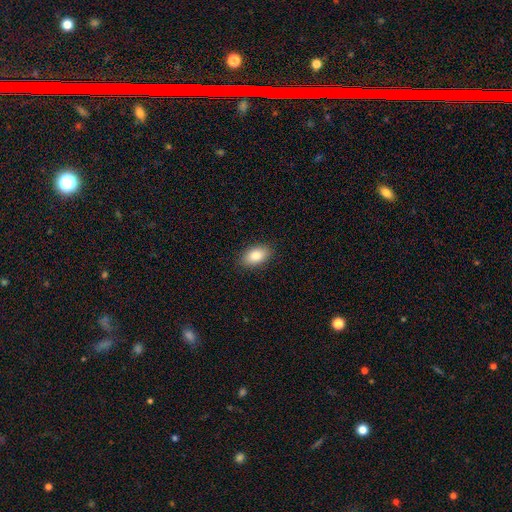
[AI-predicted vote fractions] Overall: smooth (84%). How rounded: in between (92%). Merging: none (88%).